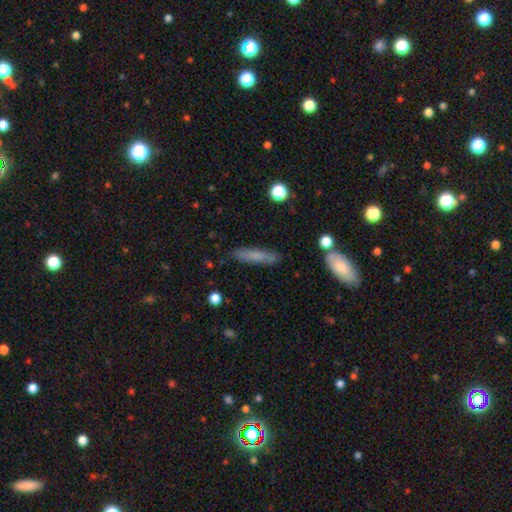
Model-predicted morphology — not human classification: A smooth galaxy with no disk features (69%) that is cigar-shaped (79%).

Vote fractions:
- Smooth or featured? smooth: 69% / featured or disk: 24% / star or artifact: 8%
- How rounded? cigar-shaped: 79% / in between: 19% / round: 2%
- Merging? none: 81% / minor disturbance: 13% / merger: 3% / major disturbance: 3%